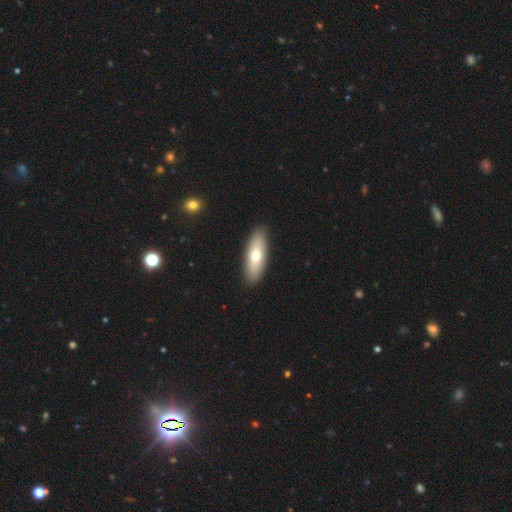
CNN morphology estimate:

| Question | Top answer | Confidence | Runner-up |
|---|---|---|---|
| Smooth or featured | smooth | 66% | featured or disk (28%) |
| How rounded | in between | 58% | cigar-shaped (40%) |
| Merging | none | 90% | minor disturbance (7%) |